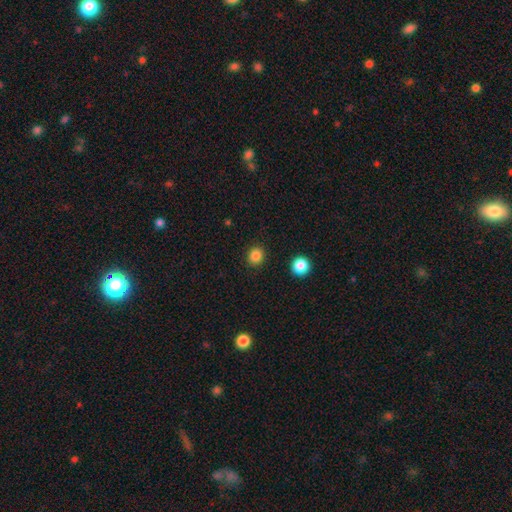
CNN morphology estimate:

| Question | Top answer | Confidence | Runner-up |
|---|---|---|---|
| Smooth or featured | smooth | 84% | star or artifact (12%) |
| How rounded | round | 84% | in between (15%) |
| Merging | none | 90% | minor disturbance (6%) |